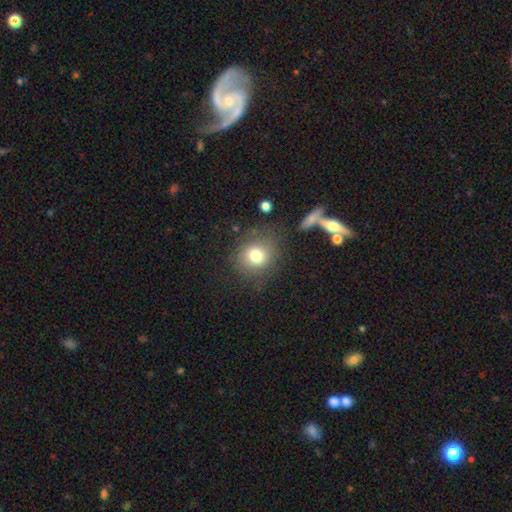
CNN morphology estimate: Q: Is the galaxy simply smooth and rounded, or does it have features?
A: smooth — 77%.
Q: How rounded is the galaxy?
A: round — 81%.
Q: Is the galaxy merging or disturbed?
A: none — 74%.